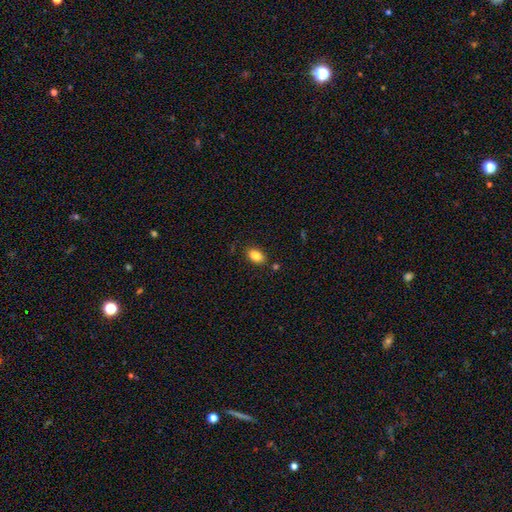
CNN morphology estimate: Q: Smooth or featured?
A: smooth (85%); runner-up: star or artifact (9%)
Q: How rounded?
A: in between (87%); runner-up: round (11%)
Q: Merging?
A: none (82%); runner-up: minor disturbance (11%)